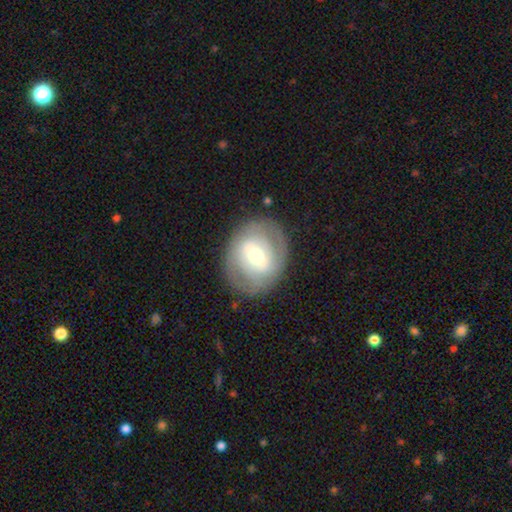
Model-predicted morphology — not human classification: This appears to be a featured or disk galaxy (60%) with a weak bar (42%), no spiral arms (54%) and a moderate central bulge (64%). Merging: none (81%).